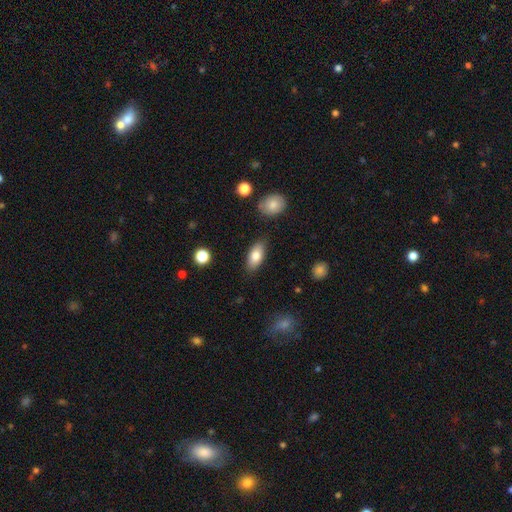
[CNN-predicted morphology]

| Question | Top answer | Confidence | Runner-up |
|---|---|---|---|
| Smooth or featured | smooth | 79% | featured or disk (14%) |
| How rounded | in between | 88% | cigar-shaped (8%) |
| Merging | none | 84% | minor disturbance (11%) |